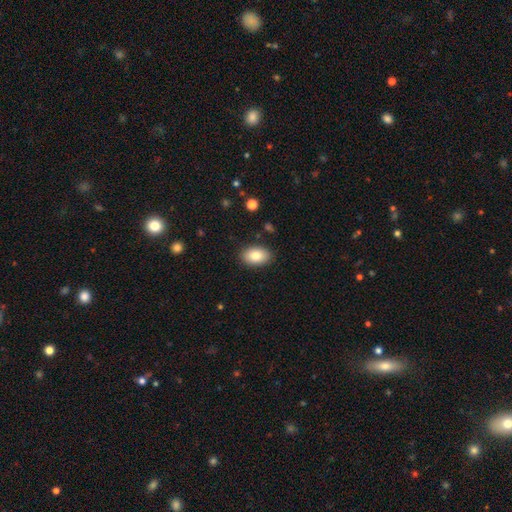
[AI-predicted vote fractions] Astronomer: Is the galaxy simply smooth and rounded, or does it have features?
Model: smooth — 83%.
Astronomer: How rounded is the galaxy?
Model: in between — 90%.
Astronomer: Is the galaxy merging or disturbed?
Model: none — 87%.